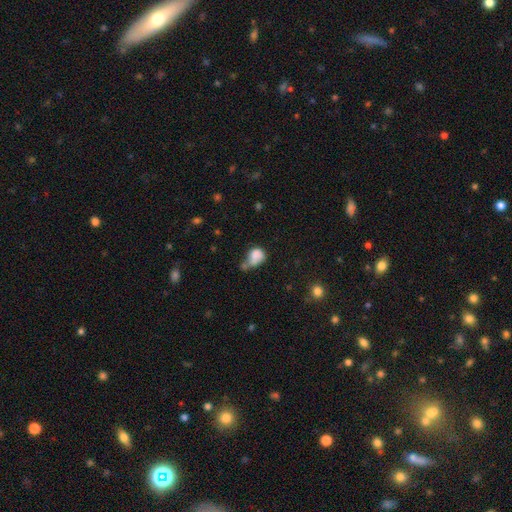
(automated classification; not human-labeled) A smooth galaxy with no disk features (76%) that is in between round and cigar-shaped (54%).

Vote fractions:
- Smooth or featured? smooth: 76% / featured or disk: 13% / star or artifact: 10%
- How rounded? in between: 54% / round: 45% / cigar-shaped: 1%
- Merging? merger: 31% / none: 26% / minor disturbance: 25% / major disturbance: 18%